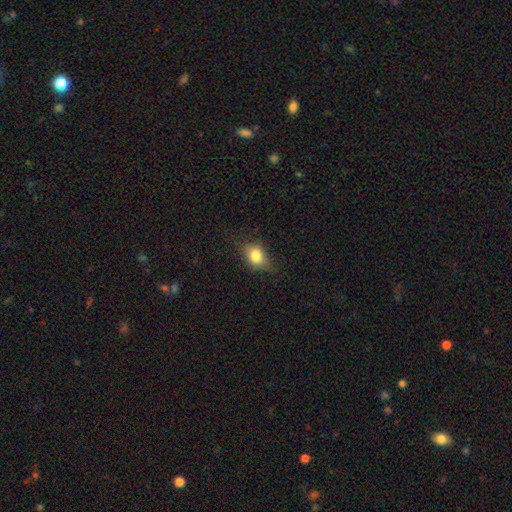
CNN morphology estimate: Smooth or featured? Predicted: smooth (p=0.80). How rounded? Predicted: in between (p=0.66). Merging? Predicted: none (p=0.72).